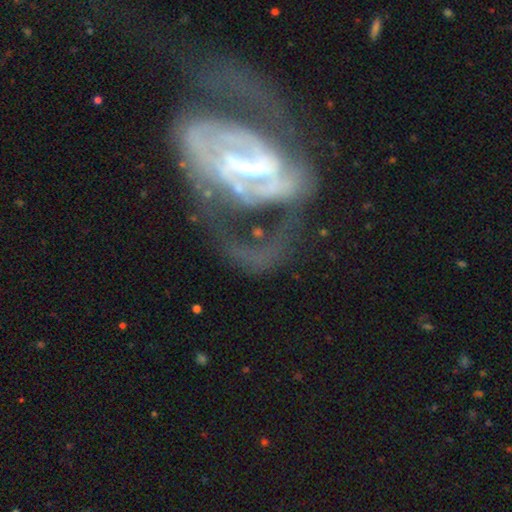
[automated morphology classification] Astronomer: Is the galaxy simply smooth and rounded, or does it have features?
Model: featured or disk — 85%.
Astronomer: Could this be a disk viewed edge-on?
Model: no — 95%.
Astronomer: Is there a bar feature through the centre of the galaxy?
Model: strong — 45% (runner-up: weak, 35%).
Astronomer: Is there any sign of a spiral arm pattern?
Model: yes — 83%.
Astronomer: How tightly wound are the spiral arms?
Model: medium — 42% (runner-up: tight, 34%).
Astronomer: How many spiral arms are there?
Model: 2 — 58%.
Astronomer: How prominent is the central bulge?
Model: small — 62%.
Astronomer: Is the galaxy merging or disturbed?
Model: major disturbance — 39% (runner-up: none, 37%).